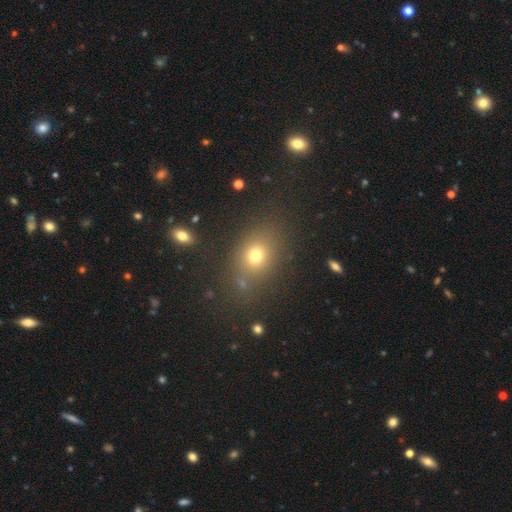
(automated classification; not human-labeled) smooth 71%, star or artifact 18%, featured or disk 11%. Down the decision tree: how rounded — in between (54%); merging — none (78%).